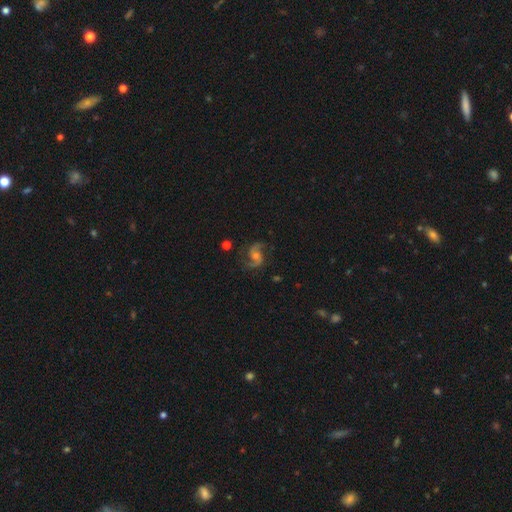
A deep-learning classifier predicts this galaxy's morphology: Smooth or featured? Predicted: featured or disk (p=0.87). Edge-on disk? Predicted: no (p=0.98). Bar? Predicted: no (p=0.50). Spiral arms? Predicted: yes (p=0.98). Spiral winding? Predicted: medium (p=0.47). Spiral arm count? Predicted: 2 (p=0.93). Bulge size? Predicted: moderate (p=0.47). Merging? Predicted: none (p=0.80).